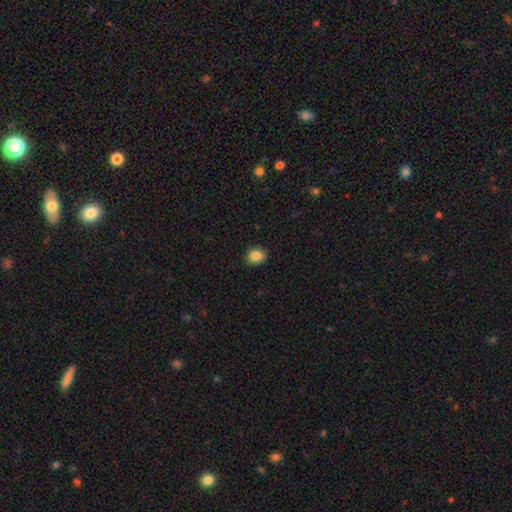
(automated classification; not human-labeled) A smooth galaxy with no disk features (85%) that is round (67%). Merging: none (89%).